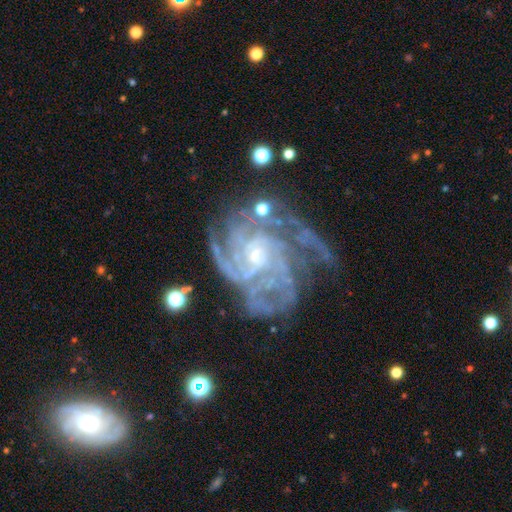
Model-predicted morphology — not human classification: smooth-or-featured: featured or disk: 89% | star or artifact: 7% | smooth: 4%
  disk-edge-on: no: 98% | yes: 2%
    bar: no: 65% | weak: 28% | strong: 7%
    has-spiral-arms: yes: 97% | no: 3%
      spiral-winding: tight: 59% | medium: 33% | loose: 7%
      spiral-arm-count: 4: 27% | can't tell: 23% | more than 4: 18% | 3: 15% | 2: 10% | 1: 7%
    bulge-size: small: 76% | moderate: 18% | none: 3% | large: 2% | dominant: 1%
  merging: none: 53% | minor disturbance: 23% | major disturbance: 21% | merger: 4%